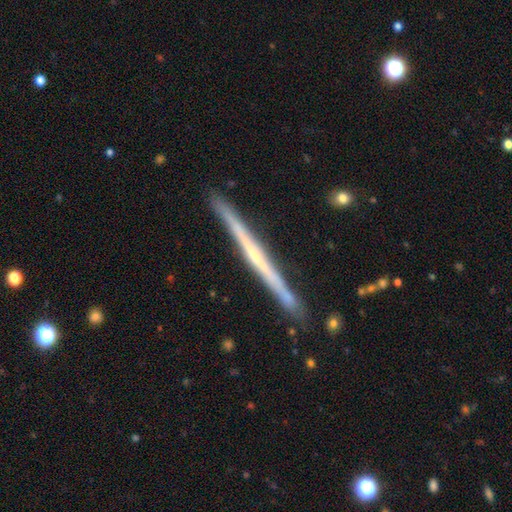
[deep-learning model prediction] Smooth or featured? Predicted: featured or disk (p=0.75). Edge-on disk? Predicted: yes (p=0.98). Edge-on bulge? Predicted: none (p=0.64). Merging? Predicted: none (p=0.90).